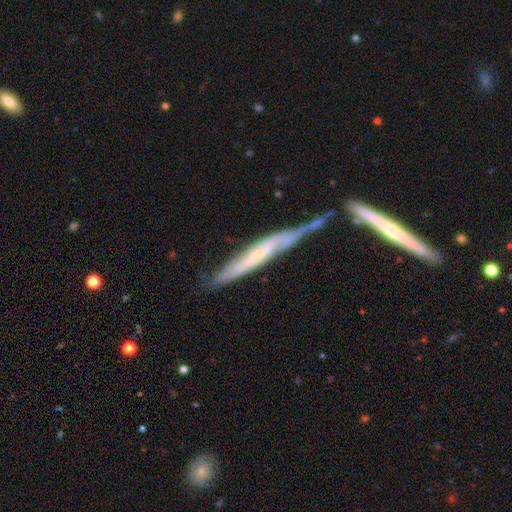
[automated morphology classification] smooth-or-featured: featured or disk: 62% | smooth: 31% | star or artifact: 7%
  disk-edge-on: yes: 70% | no: 30%
  merging: merger: 36% | none: 31% | minor disturbance: 19% | major disturbance: 14%